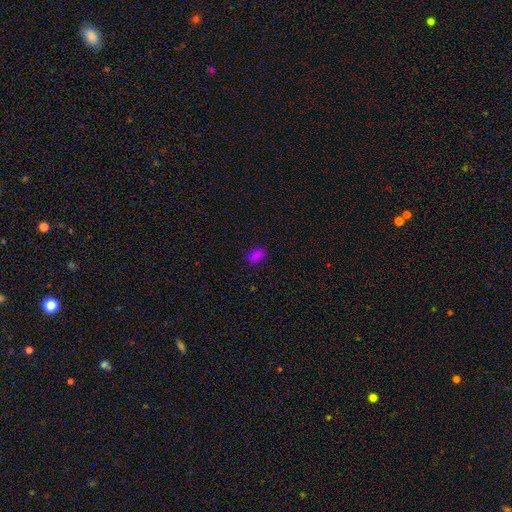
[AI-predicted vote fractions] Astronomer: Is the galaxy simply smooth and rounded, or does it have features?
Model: smooth — 73%.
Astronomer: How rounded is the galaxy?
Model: in between — 80%.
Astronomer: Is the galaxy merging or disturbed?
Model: none — 75%.